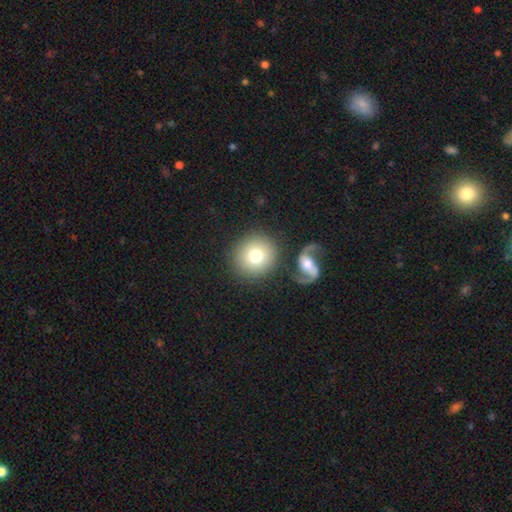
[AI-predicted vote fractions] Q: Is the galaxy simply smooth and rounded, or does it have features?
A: smooth — 73%.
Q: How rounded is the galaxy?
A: round — 91%.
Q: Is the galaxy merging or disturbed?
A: none — 75%.